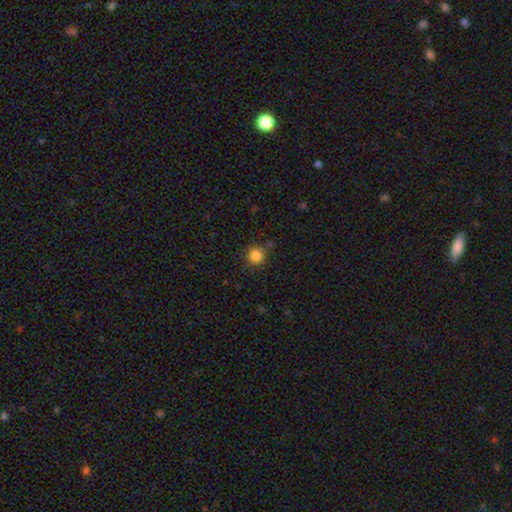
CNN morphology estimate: Smooth or featured? Predicted: smooth (p=0.84). How rounded? Predicted: round (p=0.92). Merging? Predicted: none (p=0.82).